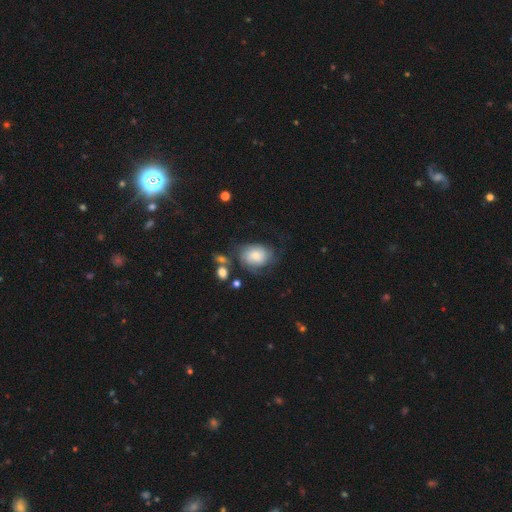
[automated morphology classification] A featured or disk galaxy (52%) with no bar (77%), spiral arms (82%) and a small central bulge (43%). Merging: none (50%).